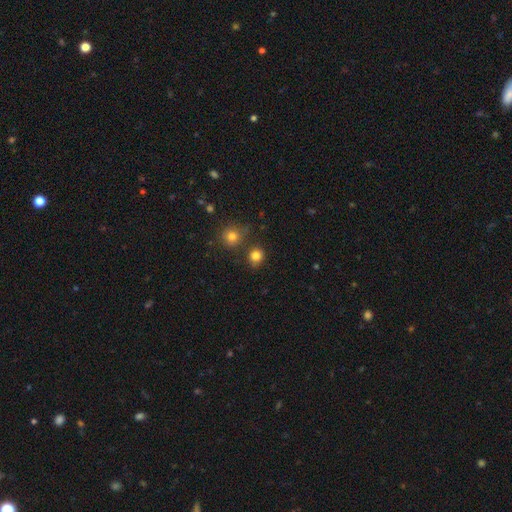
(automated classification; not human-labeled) Morphology: type=smooth (82%); roundness=round (82%); merging=none (78%).